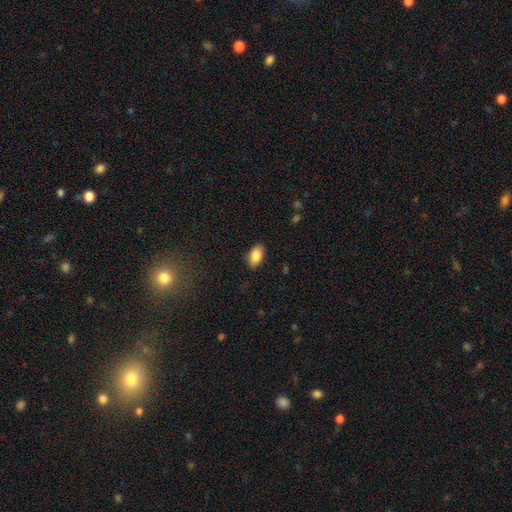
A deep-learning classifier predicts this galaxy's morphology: Smooth or featured?
  - smooth: 87% *
  - star or artifact: 7%
  - featured or disk: 6%
How rounded?
  - in between: 93% *
  - round: 4%
  - cigar-shaped: 3%
Merging?
  - none: 87% *
  - minor disturbance: 10%
  - major disturbance: 2%
  - merger: 1%